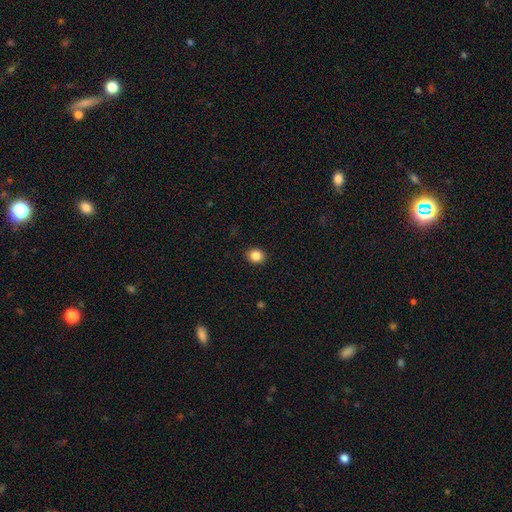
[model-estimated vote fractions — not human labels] Q: Smooth or featured?
A: smooth (85%); runner-up: star or artifact (10%)
Q: How rounded?
A: round (69%); runner-up: in between (30%)
Q: Merging?
A: none (91%); runner-up: minor disturbance (6%)